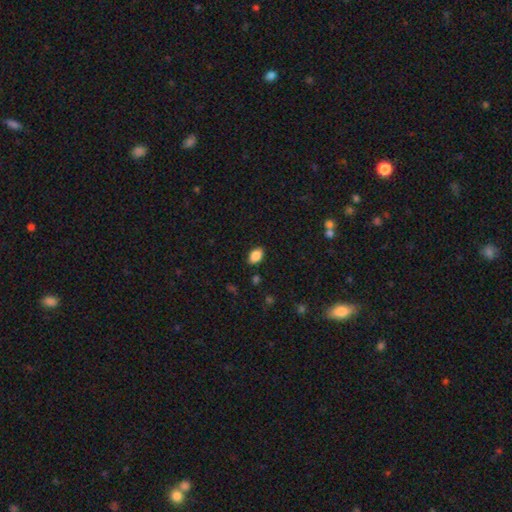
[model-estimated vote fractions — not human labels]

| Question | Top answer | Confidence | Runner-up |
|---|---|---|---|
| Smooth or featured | smooth | 87% | star or artifact (8%) |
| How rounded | in between | 88% | round (10%) |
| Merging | none | 88% | minor disturbance (9%) |